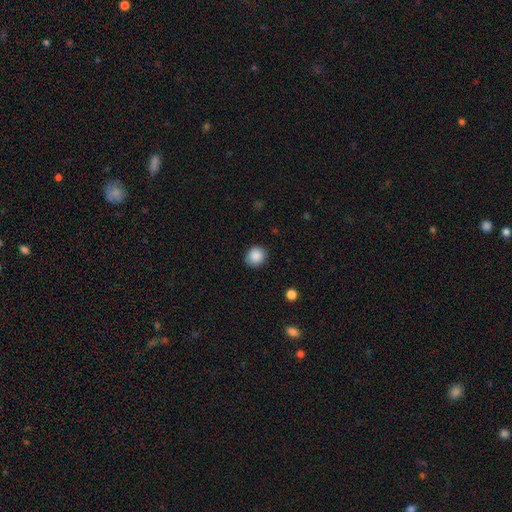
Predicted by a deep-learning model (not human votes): This is clearly a smooth galaxy (88%). How rounded: clearly round (83%). Merging: clearly none (87%).